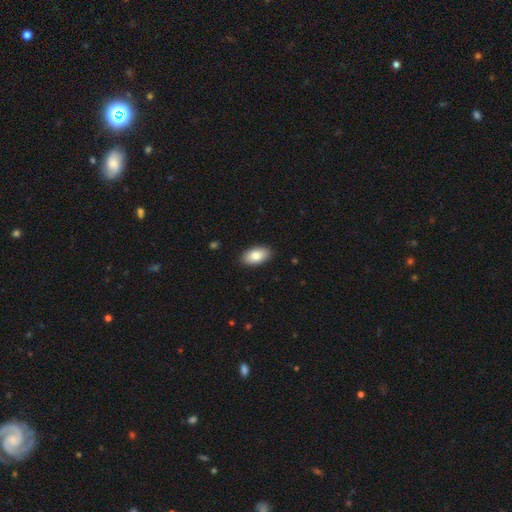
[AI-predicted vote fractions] A smooth galaxy with no disk features (85%) that is in between round and cigar-shaped (94%).

Vote fractions:
- Smooth or featured? smooth: 85% / featured or disk: 8% / star or artifact: 6%
- How rounded? in between: 94% / round: 3% / cigar-shaped: 2%
- Merging? none: 89% / minor disturbance: 8% / major disturbance: 2% / merger: 1%